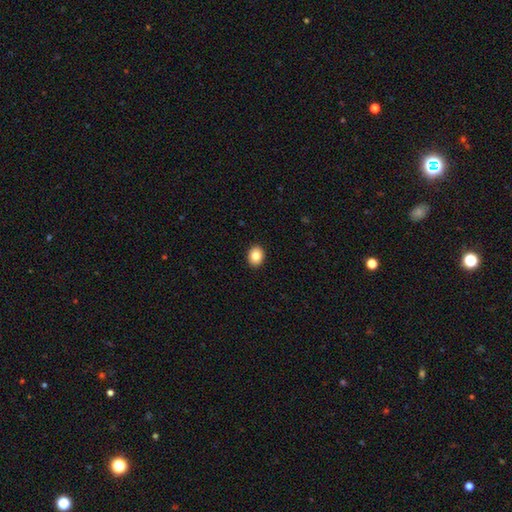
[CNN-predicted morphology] Smooth or featured? Predicted: smooth (p=0.83). How rounded? Predicted: in between (p=0.50). Merging? Predicted: none (p=0.92).